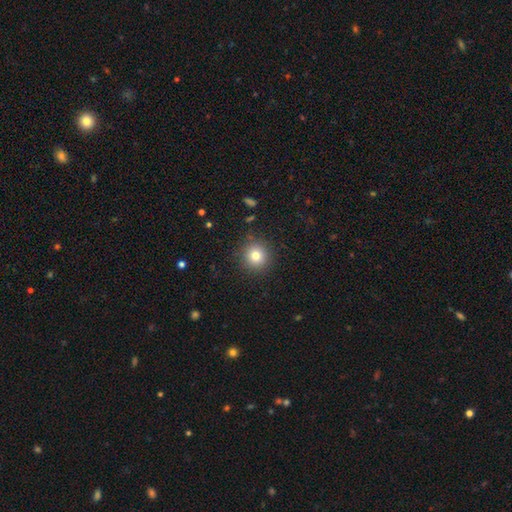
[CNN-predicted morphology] Q: Smooth or featured?
A: smooth (80%); runner-up: star or artifact (12%)
Q: How rounded?
A: round (93%); runner-up: in between (6%)
Q: Merging?
A: none (90%); runner-up: minor disturbance (7%)